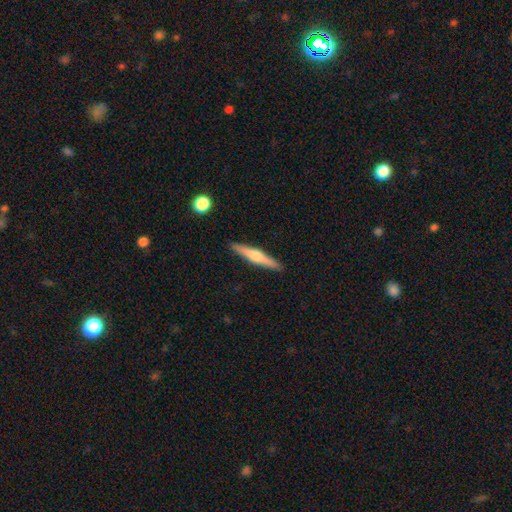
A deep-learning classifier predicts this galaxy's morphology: This is possibly a featured or disk galaxy (58%). It is clearly viewed edge-on (97%). Edge-on bulge: clearly rounded (86%). Merging: clearly none (91%).